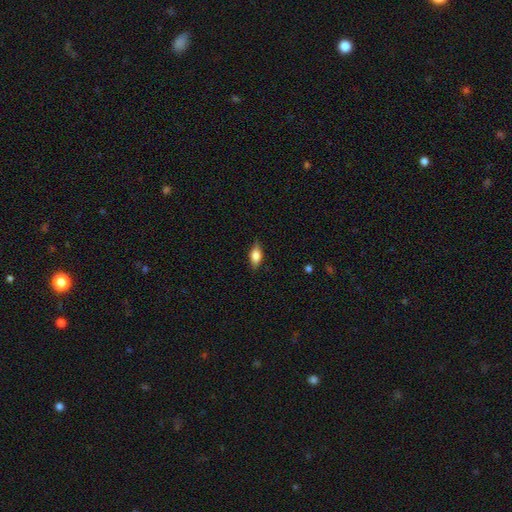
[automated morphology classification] Smooth or featured?
  - smooth: 71% *
  - featured or disk: 22%
  - star or artifact: 8%
How rounded?
  - in between: 81% *
  - cigar-shaped: 13%
  - round: 6%
Merging?
  - none: 82% *
  - minor disturbance: 14%
  - major disturbance: 3%
  - merger: 1%